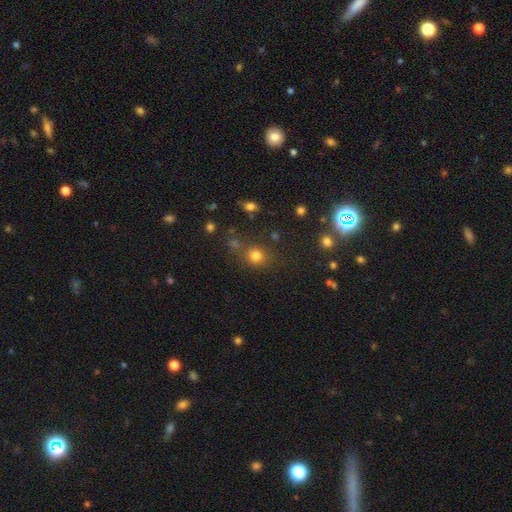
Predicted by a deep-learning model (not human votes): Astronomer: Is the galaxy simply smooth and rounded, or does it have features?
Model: smooth — 76%.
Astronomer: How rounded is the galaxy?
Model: round — 83%.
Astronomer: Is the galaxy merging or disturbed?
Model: none — 72%.